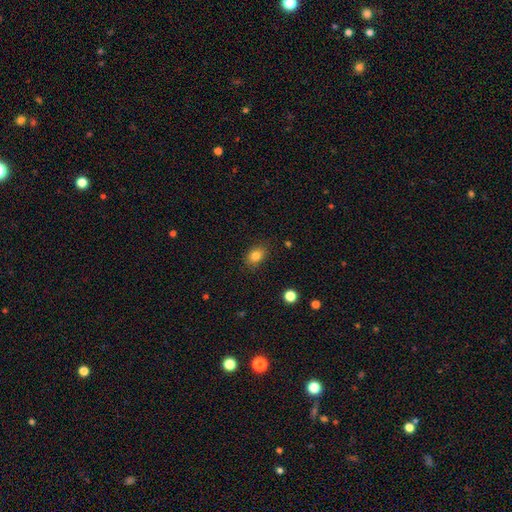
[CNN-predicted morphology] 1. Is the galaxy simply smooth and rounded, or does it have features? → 83% smooth, 10% star or artifact, 6% featured or disk.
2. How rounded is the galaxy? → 75% in between, 24% round, 1% cigar-shaped.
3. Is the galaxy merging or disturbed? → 84% none, 12% minor disturbance, 3% major disturbance, 1% merger.